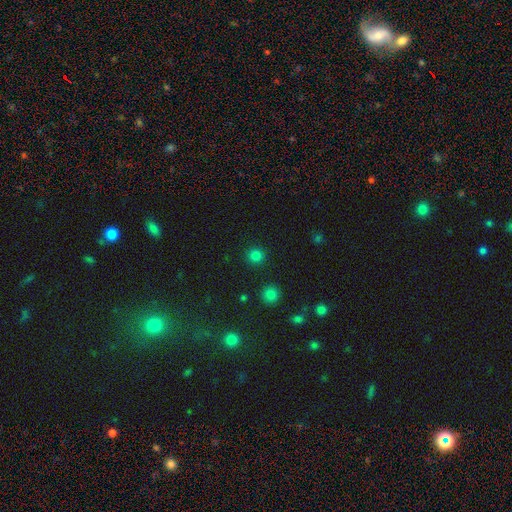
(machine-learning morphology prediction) smooth_or_featured: smooth (p=0.80) [alt: star or artifact p=0.16]
how_rounded: round (p=0.94) [alt: in between p=0.06]
merging: none (p=0.91) [alt: minor disturbance p=0.05]